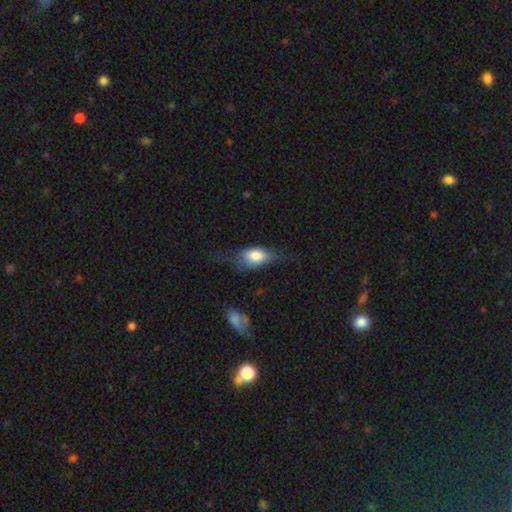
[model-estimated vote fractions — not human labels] A smooth galaxy with no disk features (75%) that is in between round and cigar-shaped (84%).

Vote fractions:
- Smooth or featured? smooth: 75% / featured or disk: 18% / star or artifact: 7%
- How rounded? in between: 84% / cigar-shaped: 8% / round: 8%
- Merging? none: 44% / minor disturbance: 30% / major disturbance: 24% / merger: 3%